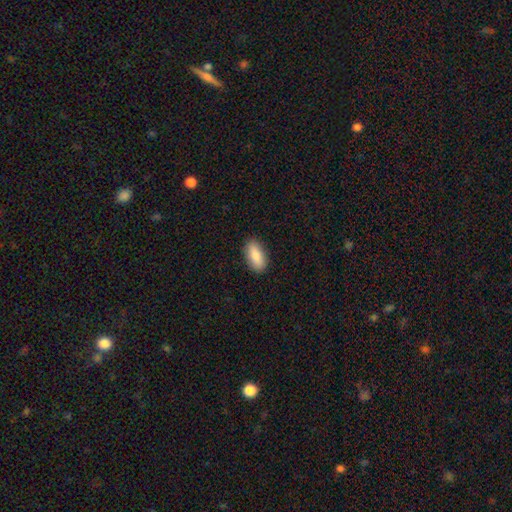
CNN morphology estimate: type=smooth (84%); roundness=in between (87%); merging=none (89%).